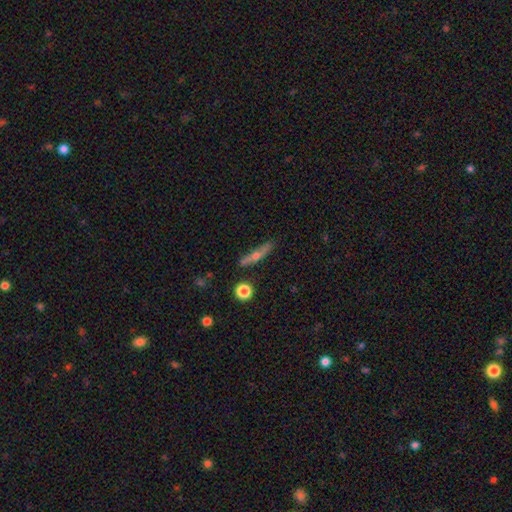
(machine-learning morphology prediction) Q: Smooth or featured?
A: featured or disk (53%); runner-up: smooth (38%)
Q: Edge-on disk?
A: yes (90%); runner-up: no (10%)
Q: Merging?
A: none (82%); runner-up: minor disturbance (13%)